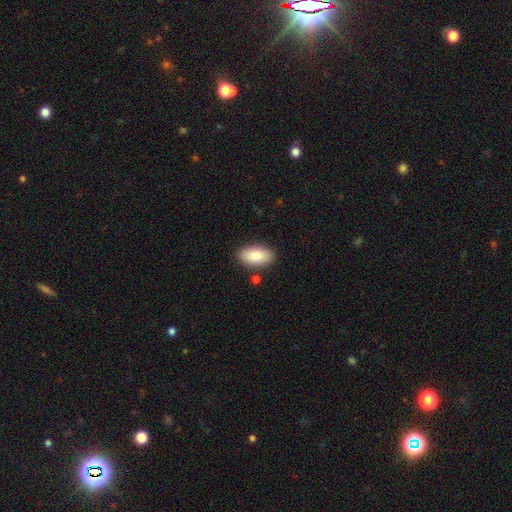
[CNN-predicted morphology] Smooth or featured?
  - smooth: 86% *
  - featured or disk: 8%
  - star or artifact: 6%
How rounded?
  - in between: 93% *
  - cigar-shaped: 4%
  - round: 3%
Merging?
  - none: 85% *
  - minor disturbance: 10%
  - merger: 3%
  - major disturbance: 2%